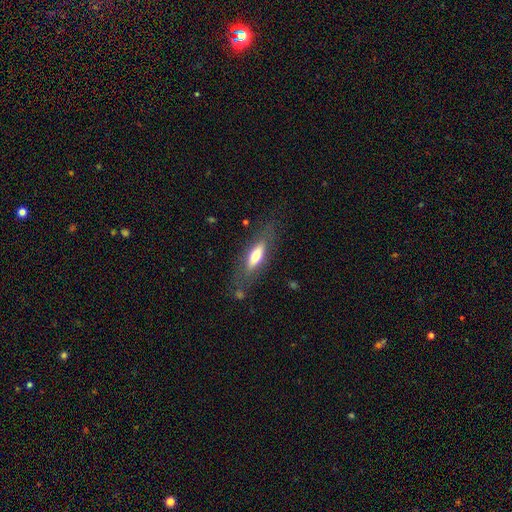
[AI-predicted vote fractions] smooth-or-featured: smooth: 58% | featured or disk: 35% | star or artifact: 7%
  how-rounded: cigar-shaped: 50% | in between: 48% | round: 2%
  merging: none: 75% | minor disturbance: 16% | major disturbance: 7% | merger: 2%